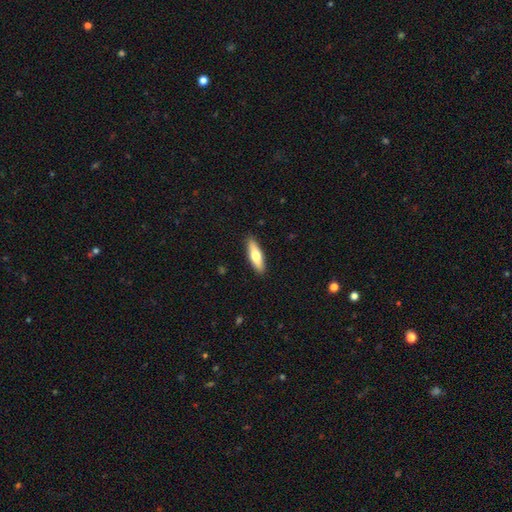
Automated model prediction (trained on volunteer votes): Morphology: type=smooth (65%); roundness=cigar-shaped (59%); merging=none (90%).